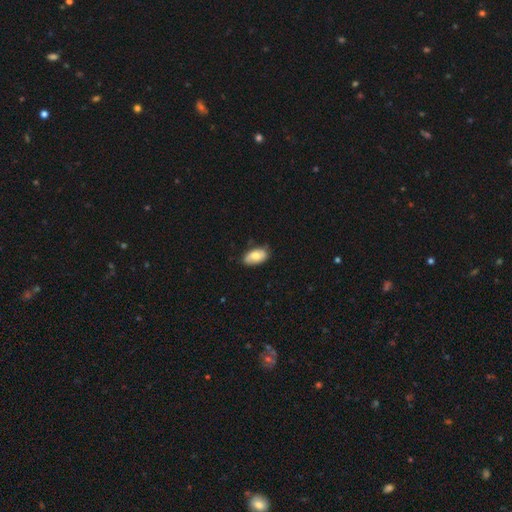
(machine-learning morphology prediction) A smooth galaxy with no disk features (72%) that is in between round and cigar-shaped (94%).

Vote fractions:
- Smooth or featured? smooth: 72% / featured or disk: 21% / star or artifact: 7%
- How rounded? in between: 94% / round: 4% / cigar-shaped: 2%
- Merging? none: 75% / minor disturbance: 21% / major disturbance: 3% / merger: 1%